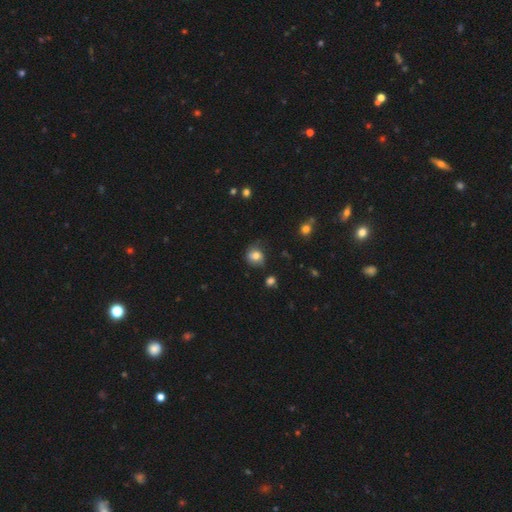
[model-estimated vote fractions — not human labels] Smooth or featured? Predicted: smooth (p=0.72). How rounded? Predicted: round (p=0.67). Merging? Predicted: none (p=0.60).